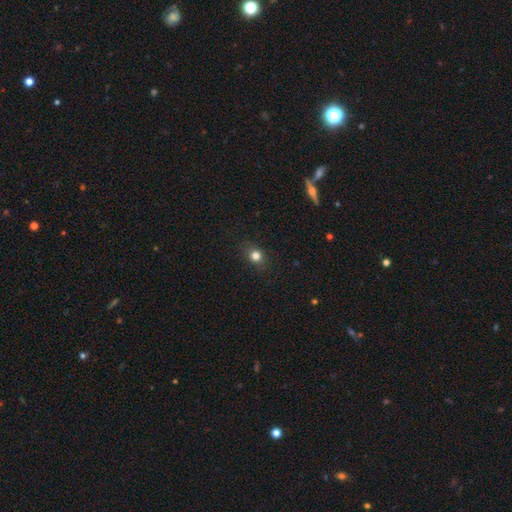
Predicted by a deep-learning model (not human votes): smooth_or_featured: smooth (p=0.79) [alt: star or artifact p=0.14]
how_rounded: round (p=0.72) [alt: in between p=0.27]
merging: none (p=0.87) [alt: minor disturbance p=0.09]